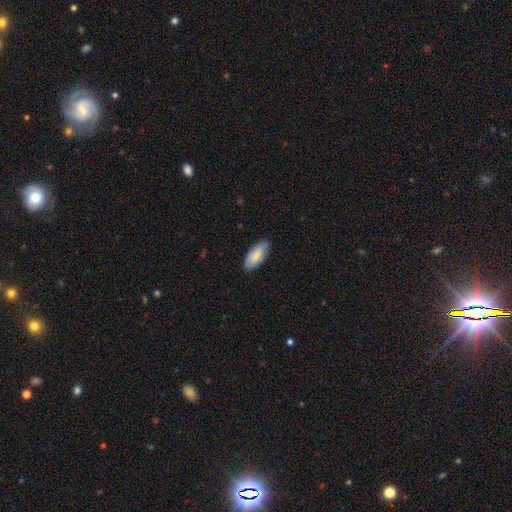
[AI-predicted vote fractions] Smooth or featured?
  - smooth: 82% *
  - featured or disk: 12%
  - star or artifact: 6%
How rounded?
  - in between: 85% *
  - cigar-shaped: 13%
  - round: 2%
Merging?
  - none: 83% *
  - minor disturbance: 14%
  - major disturbance: 2%
  - merger: 1%